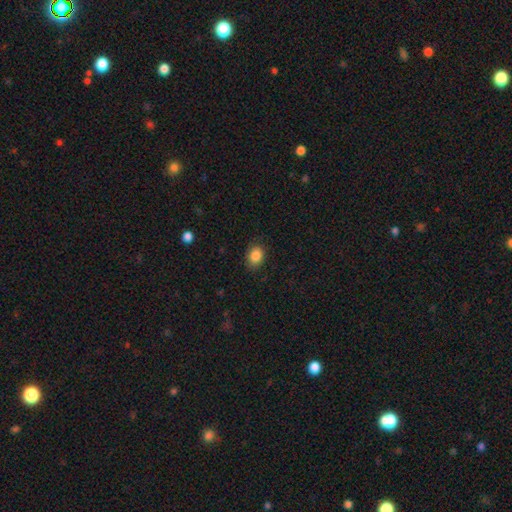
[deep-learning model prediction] A smooth galaxy with no disk features (86%) that is in between round and cigar-shaped (62%).

Vote fractions:
- Smooth or featured? smooth: 86% / star or artifact: 9% / featured or disk: 5%
- How rounded? in between: 62% / round: 37% / cigar-shaped: 1%
- Merging? none: 84% / minor disturbance: 12% / major disturbance: 3% / merger: 1%